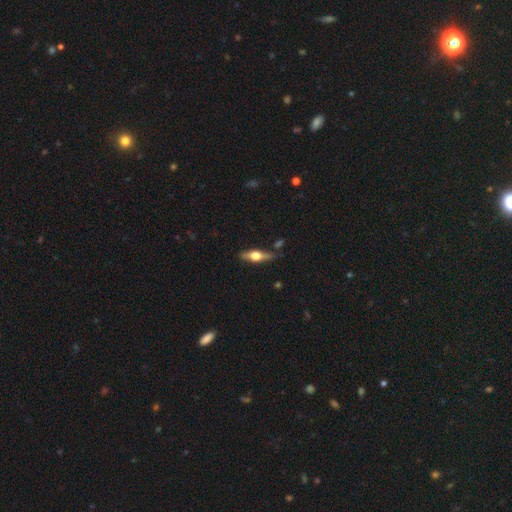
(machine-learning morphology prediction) Smooth or featured? Predicted: featured or disk (p=0.64). Edge-on disk? Predicted: yes (p=0.95). Edge-on bulge? Predicted: rounded (p=0.94). Merging? Predicted: none (p=0.79).